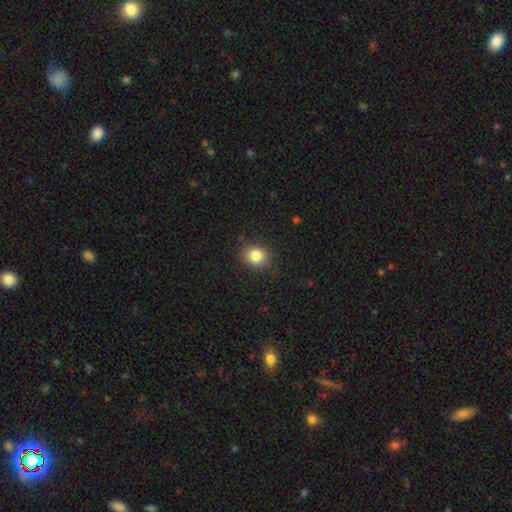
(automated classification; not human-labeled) Smooth or featured? smooth (84%)
How rounded? round (66%)
Merging? none (86%)